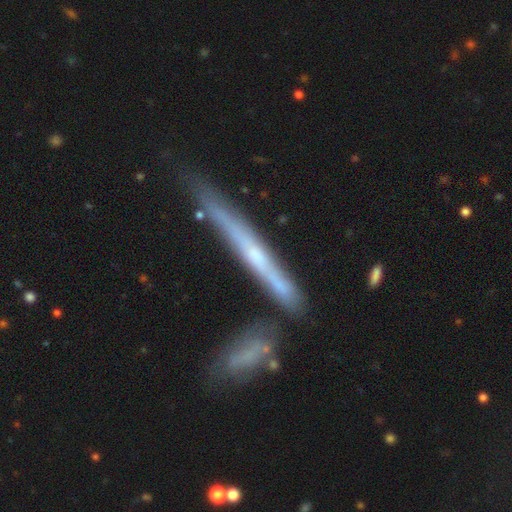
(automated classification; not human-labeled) Overall: featured or disk (67%). Edge-on disk: yes (93%). Edge-on bulge: none (54%; rounded 40%). Merging: none (66%).